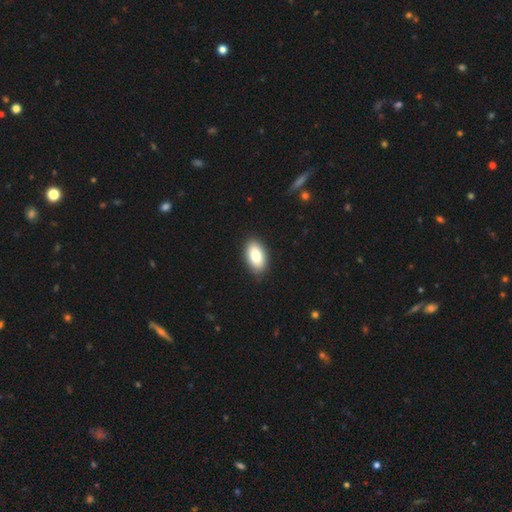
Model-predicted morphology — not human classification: Smooth or featured? smooth (82%)
How rounded? in between (94%)
Merging? none (89%)